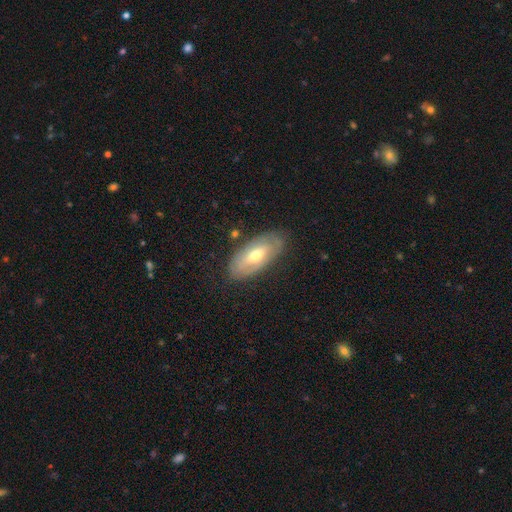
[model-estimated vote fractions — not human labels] A featured or disk galaxy (50%).

Vote fractions:
- Smooth or featured? featured or disk: 50% / smooth: 44% / star or artifact: 6%
- Merging? none: 79% / minor disturbance: 15% / major disturbance: 4% / merger: 2%